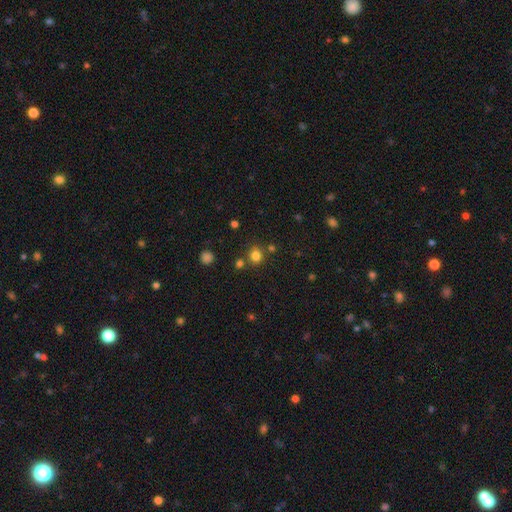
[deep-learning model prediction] A smooth galaxy with no disk features (79%) that is round (79%).

Vote fractions:
- Smooth or featured? smooth: 79% / star or artifact: 15% / featured or disk: 5%
- How rounded? round: 79% / in between: 20% / cigar-shaped: 1%
- Merging? none: 75% / merger: 12% / minor disturbance: 10% / major disturbance: 3%